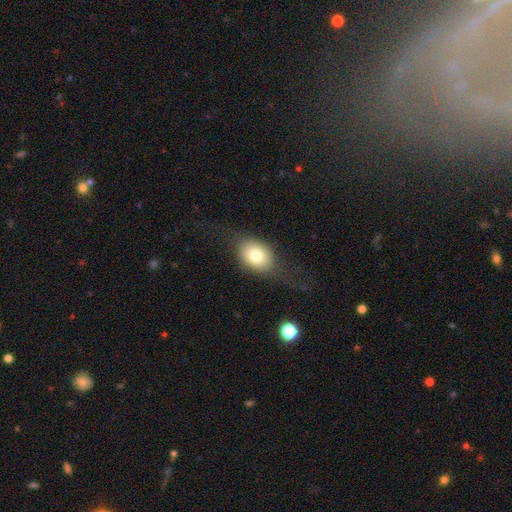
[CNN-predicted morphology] Smooth or featured? smooth (75%)
How rounded? in between (69%)
Merging? none (59%)